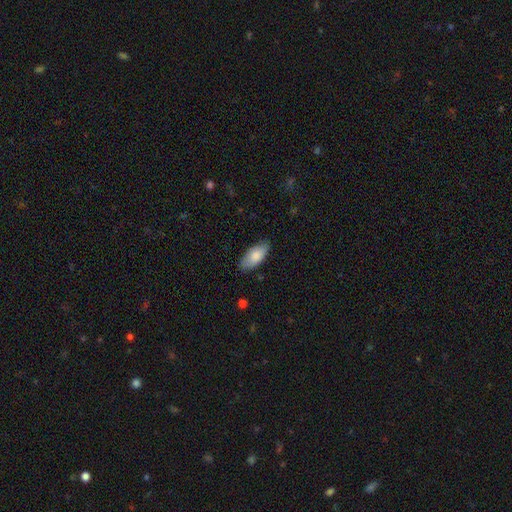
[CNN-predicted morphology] smooth_or_featured: smooth (p=0.83) [alt: featured or disk p=0.11]
how_rounded: in between (p=0.88) [alt: cigar-shaped p=0.10]
merging: none (p=0.82) [alt: minor disturbance p=0.14]